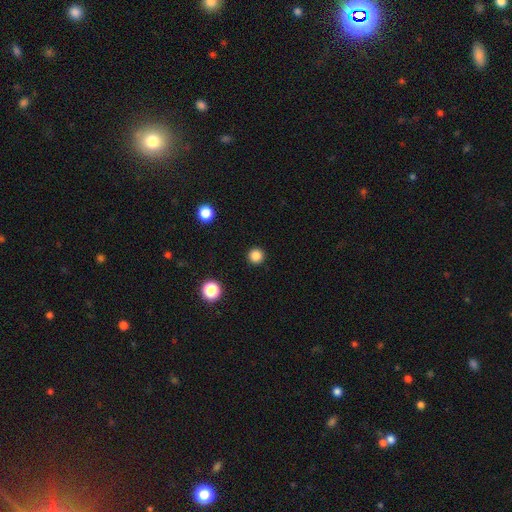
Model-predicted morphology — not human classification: Smooth or featured?
  - smooth: 84% *
  - star or artifact: 13%
  - featured or disk: 3%
How rounded?
  - round: 96% *
  - in between: 3%
  - cigar-shaped: 1%
Merging?
  - none: 93% *
  - minor disturbance: 4%
  - major disturbance: 2%
  - merger: 1%